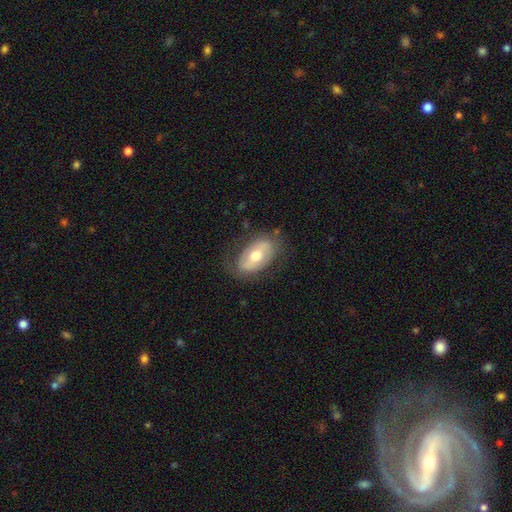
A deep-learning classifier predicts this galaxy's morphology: smooth_or_featured: featured or disk (p=0.49) [alt: smooth p=0.45]
merging: none (p=0.74) [alt: minor disturbance p=0.18]